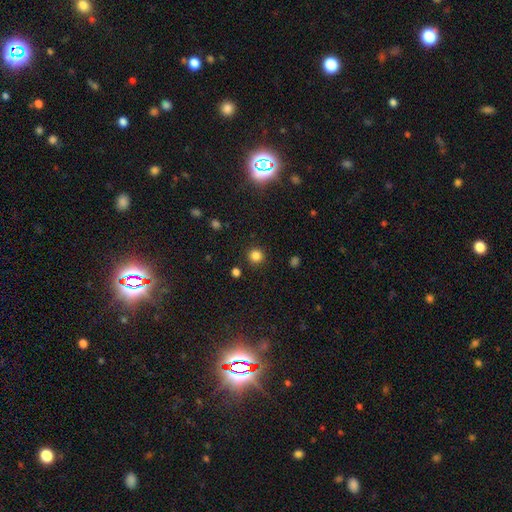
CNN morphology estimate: Smooth or featured?
  - smooth: 83% *
  - star or artifact: 13%
  - featured or disk: 4%
How rounded?
  - round: 94% *
  - in between: 5%
  - cigar-shaped: 1%
Merging?
  - none: 90% *
  - minor disturbance: 6%
  - major disturbance: 2%
  - merger: 2%